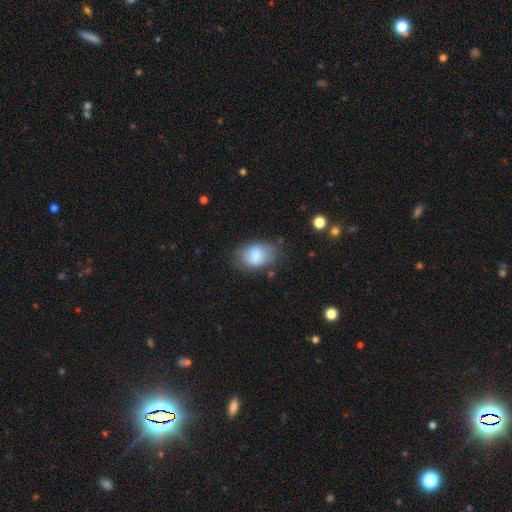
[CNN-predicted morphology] smooth-or-featured: smooth: 78% | featured or disk: 15% | star or artifact: 8%
  how-rounded: in between: 84% | round: 14% | cigar-shaped: 1%
  merging: none: 66% | minor disturbance: 22% | major disturbance: 8% | merger: 3%